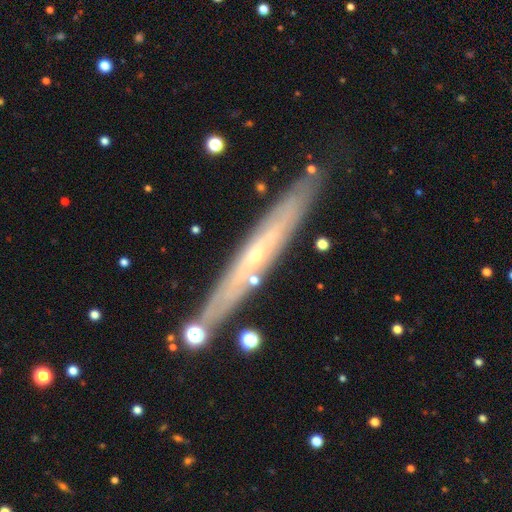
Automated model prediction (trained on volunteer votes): smooth-or-featured: featured or disk: 72% | smooth: 20% | star or artifact: 8%
  disk-edge-on: yes: 82% | no: 18%
    edge-on-bulge: none: 53% | rounded: 45% | boxy: 2%
  merging: none: 86% | minor disturbance: 10% | merger: 2% | major disturbance: 2%